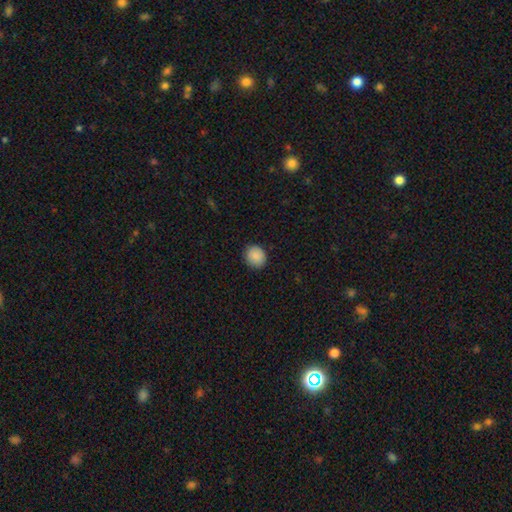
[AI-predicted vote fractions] Smooth or featured? Predicted: smooth (p=0.89). How rounded? Predicted: round (p=0.77). Merging? Predicted: none (p=0.89).